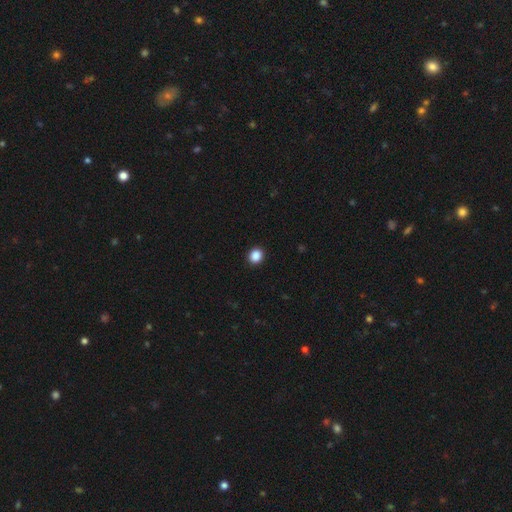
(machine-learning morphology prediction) Smooth or featured? Predicted: smooth (p=0.88). How rounded? Predicted: round (p=0.79). Merging? Predicted: none (p=0.92).